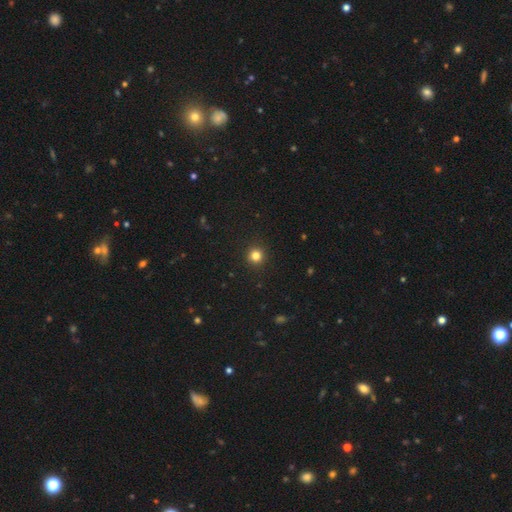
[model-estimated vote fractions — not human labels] smooth 82%, star or artifact 14%, featured or disk 5%. Down the decision tree: how rounded — round (94%); merging — none (93%).